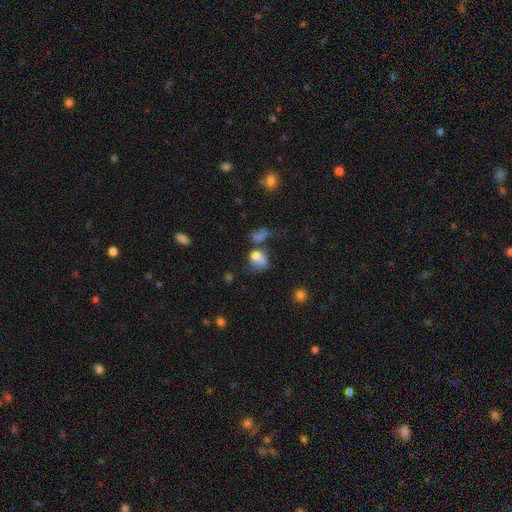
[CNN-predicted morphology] This appears to be a smooth galaxy with no disk features (62%) that is in between round and cigar-shaped (57%). Merging: merger (35%).